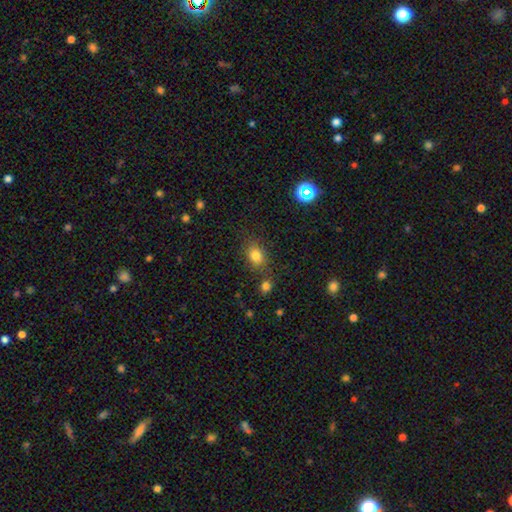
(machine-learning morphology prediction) smooth_or_featured: smooth (p=0.80) [alt: star or artifact p=0.13]
how_rounded: in between (p=0.56) [alt: round p=0.43]
merging: none (p=0.75) [alt: minor disturbance p=0.13]